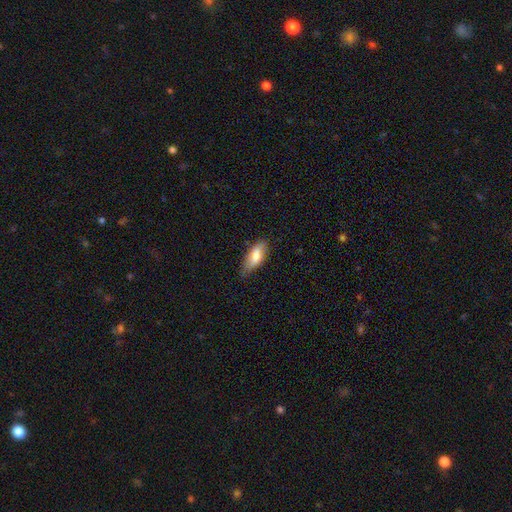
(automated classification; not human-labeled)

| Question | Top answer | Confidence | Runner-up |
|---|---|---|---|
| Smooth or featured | smooth | 76% | featured or disk (18%) |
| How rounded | in between | 77% | cigar-shaped (20%) |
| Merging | none | 69% | minor disturbance (26%) |